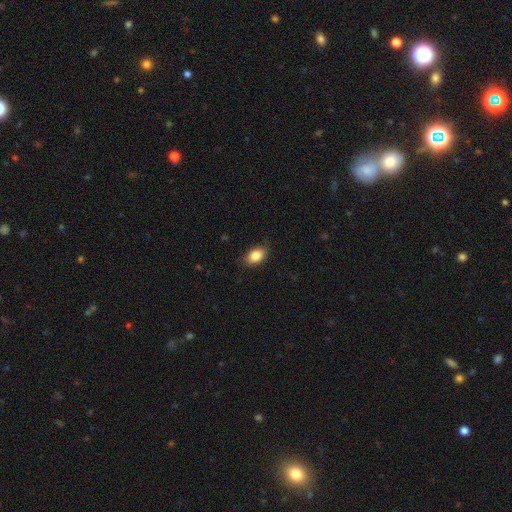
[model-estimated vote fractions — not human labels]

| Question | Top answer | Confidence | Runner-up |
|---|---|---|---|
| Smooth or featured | smooth | 85% | star or artifact (8%) |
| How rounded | in between | 83% | round (15%) |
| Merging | none | 79% | minor disturbance (17%) |